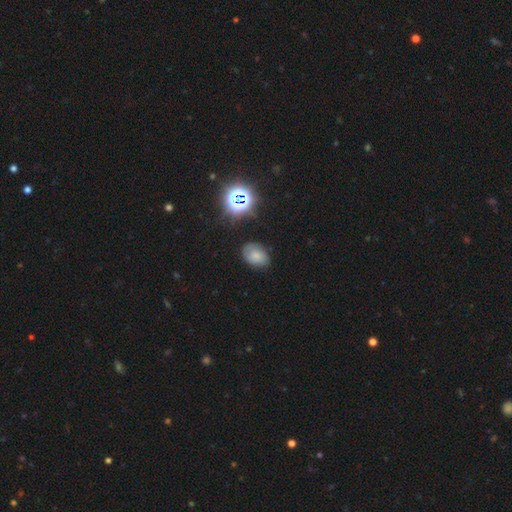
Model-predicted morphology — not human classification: smooth 60%, featured or disk 22%, star or artifact 18%. Down the decision tree: how rounded — in between (74%); merging — none (71%).